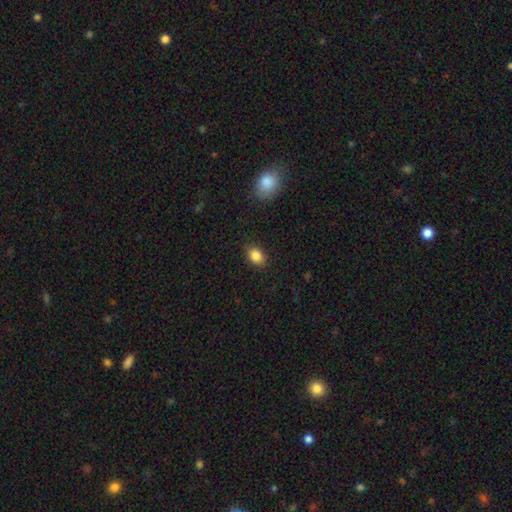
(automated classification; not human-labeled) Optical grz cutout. It shows a smooth galaxy with no disk features (86%) that is in between round and cigar-shaped (66%). Merging: none (86%).